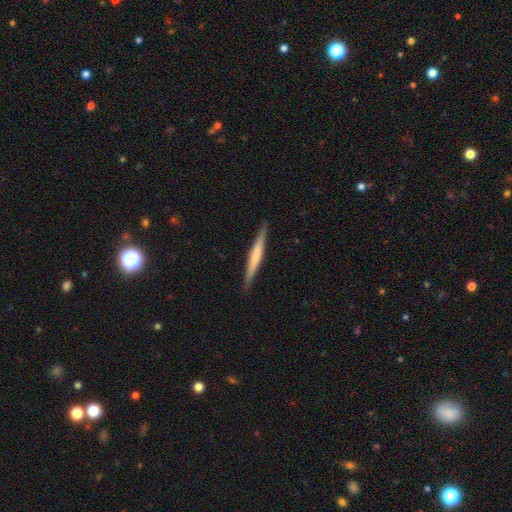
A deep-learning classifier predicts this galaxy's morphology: This appears to be a featured or disk galaxy (49%). Merging: none (91%).